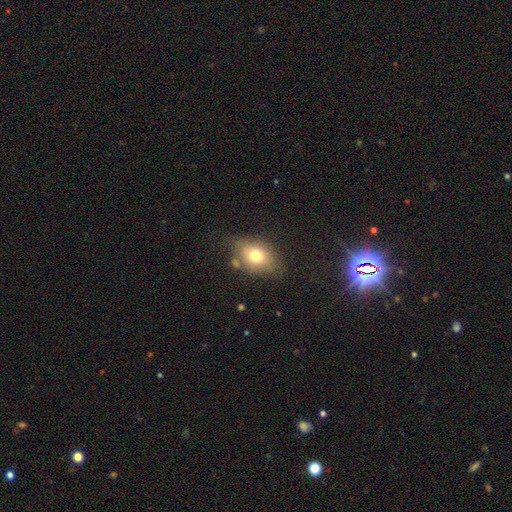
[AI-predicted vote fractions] smooth-or-featured: smooth: 73% | featured or disk: 17% | star or artifact: 10%
  how-rounded: in between: 76% | round: 23% | cigar-shaped: 2%
  merging: none: 66% | minor disturbance: 22% | major disturbance: 7% | merger: 5%